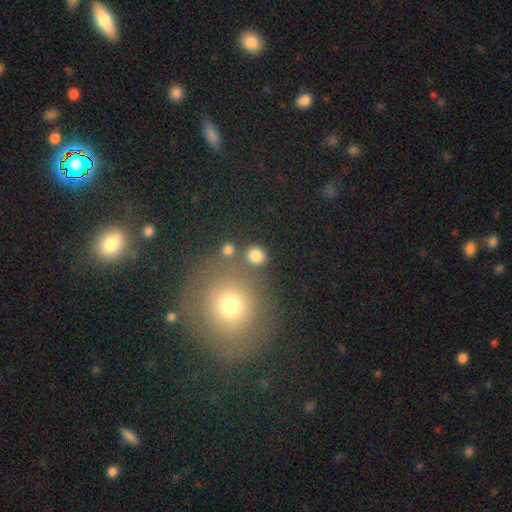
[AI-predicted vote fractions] smooth 82%, star or artifact 13%, featured or disk 5%. Down the decision tree: how rounded — round (84%); merging — none (82%).